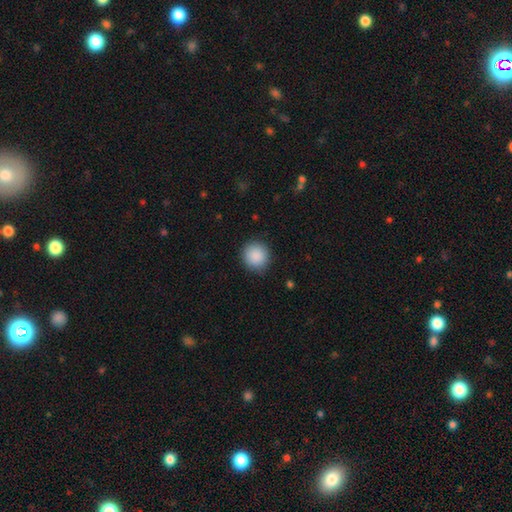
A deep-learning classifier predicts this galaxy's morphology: A smooth galaxy with no disk features (89%) that is round (93%).

Vote fractions:
- Smooth or featured? smooth: 89% / star or artifact: 8% / featured or disk: 3%
- How rounded? round: 93% / in between: 6% / cigar-shaped: 1%
- Merging? none: 89% / minor disturbance: 8% / major disturbance: 2% / merger: 1%